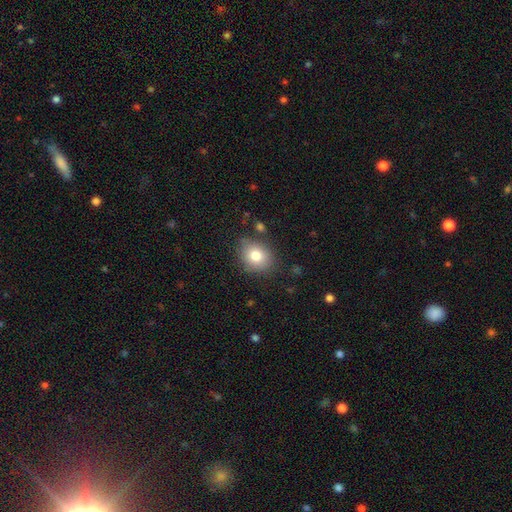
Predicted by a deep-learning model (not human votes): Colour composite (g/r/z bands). It shows a smooth galaxy with no disk features (81%) that is round (57%). Merging: none (78%).